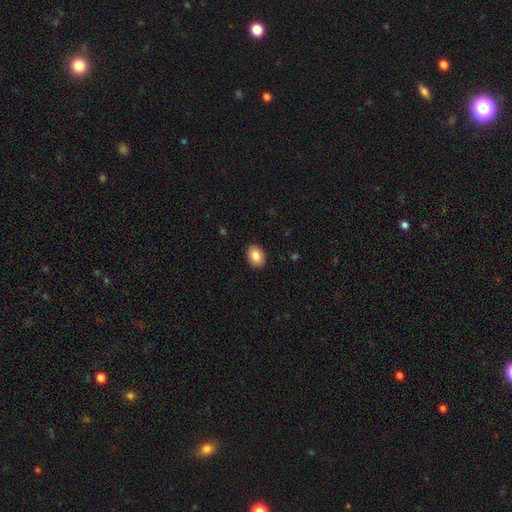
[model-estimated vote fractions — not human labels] Smooth or featured? smooth (86%)
How rounded? in between (76%)
Merging? none (90%)